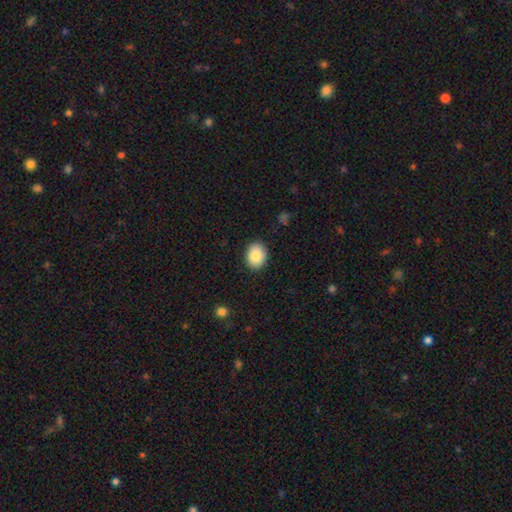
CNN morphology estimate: Smooth or featured?
  - smooth: 86% *
  - star or artifact: 7%
  - featured or disk: 6%
How rounded?
  - in between: 61% *
  - round: 38%
  - cigar-shaped: 1%
Merging?
  - none: 89% *
  - minor disturbance: 8%
  - major disturbance: 2%
  - merger: 1%